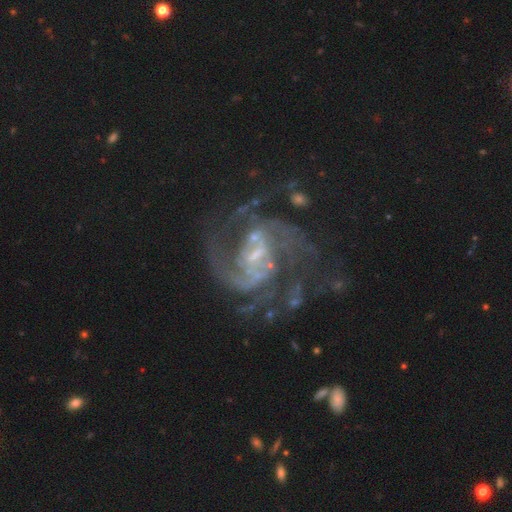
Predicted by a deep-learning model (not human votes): Smooth or featured? featured or disk (90%)
Edge-on disk? no (98%)
Bar? weak (52%)
Spiral arms? yes (97%)
Spiral winding? medium (53%)
Spiral arm count? 2 (46%)
Bulge size? small (50%)
Merging? none (55%)